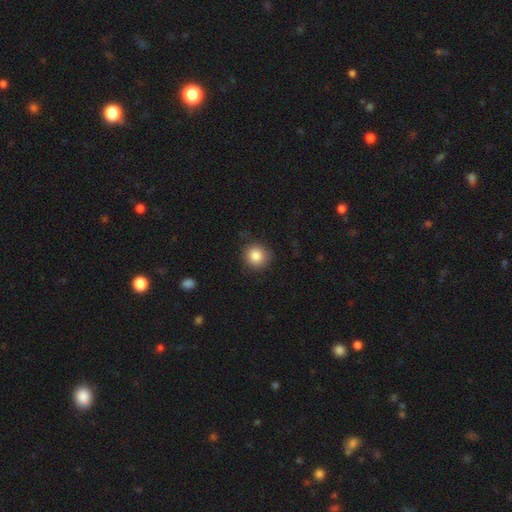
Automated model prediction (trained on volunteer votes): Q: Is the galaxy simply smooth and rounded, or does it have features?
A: smooth — 86%.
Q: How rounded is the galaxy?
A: round — 91%.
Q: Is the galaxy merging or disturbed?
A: none — 87%.